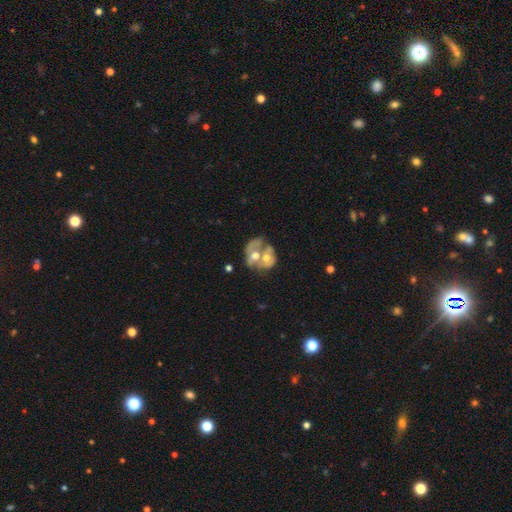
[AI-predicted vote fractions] A featured or disk galaxy (58%) with no bar (82%), no spiral arms (66%) and a moderate central bulge (70%).

Vote fractions:
- Smooth or featured? featured or disk: 58% / smooth: 34% / star or artifact: 8%
- Edge-on disk? no: 97% / yes: 3%
- Bar? no: 82% / weak: 14% / strong: 4%
- Spiral arms? no: 66% / yes: 34%
- Bulge size? moderate: 70% / small: 16% / large: 9% / none: 4% / dominant: 2%
- Merging? merger: 76% / none: 10% / major disturbance: 8% / minor disturbance: 6%